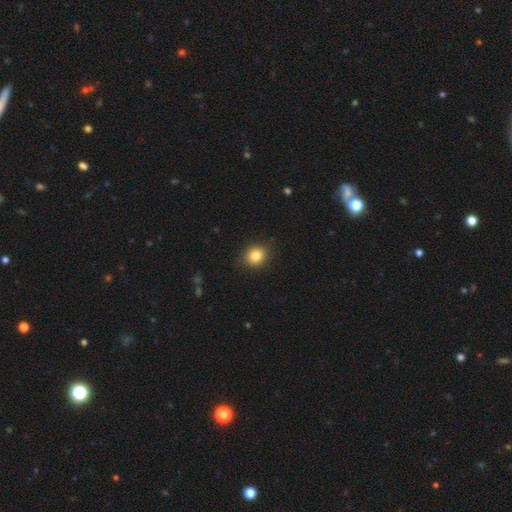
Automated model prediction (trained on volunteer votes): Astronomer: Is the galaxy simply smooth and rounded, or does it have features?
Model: smooth — 84%.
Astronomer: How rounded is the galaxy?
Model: round — 68%.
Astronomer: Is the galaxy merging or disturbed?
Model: none — 88%.